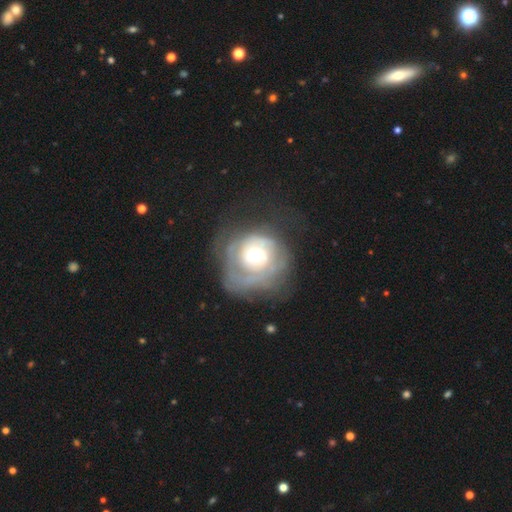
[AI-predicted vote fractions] Smooth or featured?
  - featured or disk: 60% *
  - smooth: 30%
  - star or artifact: 9%
Edge-on disk?
  - no: 97% *
  - yes: 3%
Bar?
  - no: 86% *
  - weak: 11%
  - strong: 3%
Spiral arms?
  - yes: 54% *
  - no: 46%
Bulge size?
  - moderate: 61% *
  - large: 28%
  - small: 6%
  - dominant: 3%
  - none: 1%
Merging?
  - major disturbance: 37% * (tied)
  - none: 37% * (tied)
  - minor disturbance: 23%
  - merger: 3%